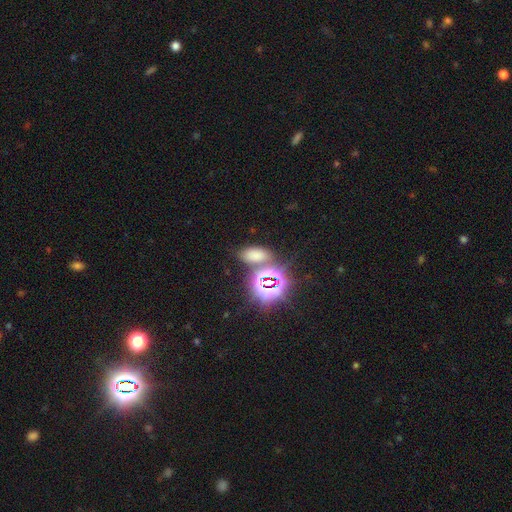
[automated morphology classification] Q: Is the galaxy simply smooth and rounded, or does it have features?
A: smooth — 55%.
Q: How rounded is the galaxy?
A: in between — 84%.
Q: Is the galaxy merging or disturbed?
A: none — 67%.